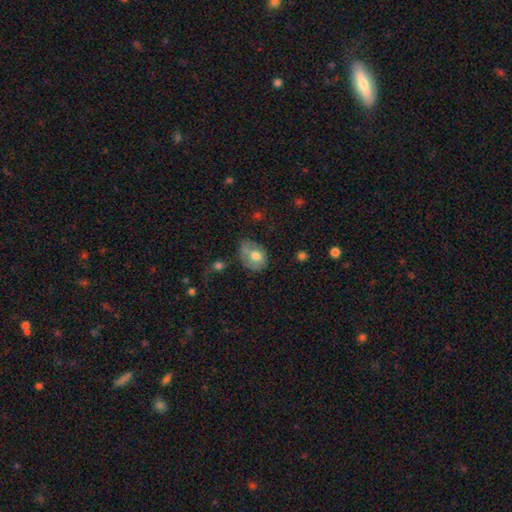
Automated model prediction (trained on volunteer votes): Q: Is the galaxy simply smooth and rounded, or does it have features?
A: smooth — 65%.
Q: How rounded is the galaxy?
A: in between — 65%.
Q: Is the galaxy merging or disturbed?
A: none — 42%.